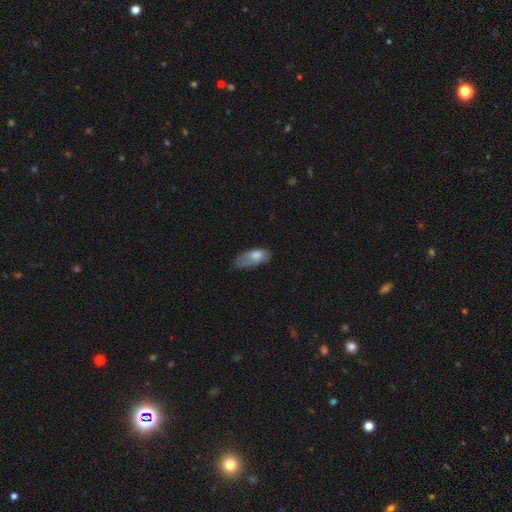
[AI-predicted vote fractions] Smooth or featured? Predicted: smooth (p=0.67). How rounded? Predicted: in between (p=0.86). Merging? Predicted: minor disturbance (p=0.38).